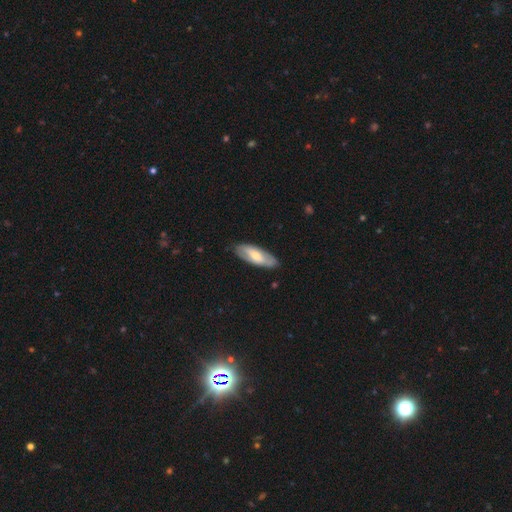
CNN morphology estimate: Smooth or featured? featured or disk (50%)
Merging? none (83%)